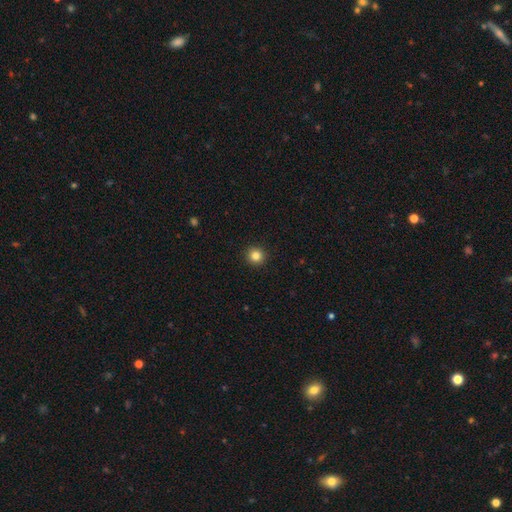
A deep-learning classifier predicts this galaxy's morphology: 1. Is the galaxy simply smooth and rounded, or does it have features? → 84% smooth, 12% star or artifact, 4% featured or disk.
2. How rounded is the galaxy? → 94% round, 5% in between, 1% cigar-shaped.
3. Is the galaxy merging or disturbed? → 93% none, 4% minor disturbance, 2% major disturbance, 1% merger.